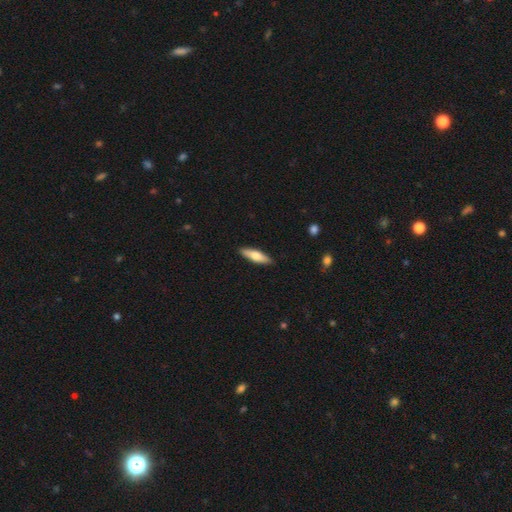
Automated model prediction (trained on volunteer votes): This appears to be a smooth galaxy with no disk features (67%) that is cigar-shaped (62%). Merging: none (89%).